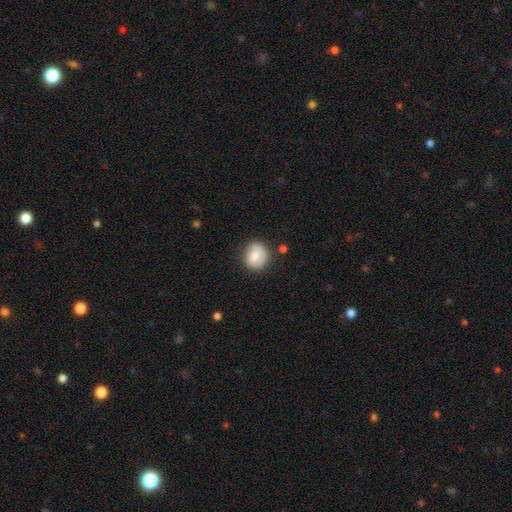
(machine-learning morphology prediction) This appears to be a smooth galaxy with no disk features (74%) that is round (77%). Merging: none (76%).